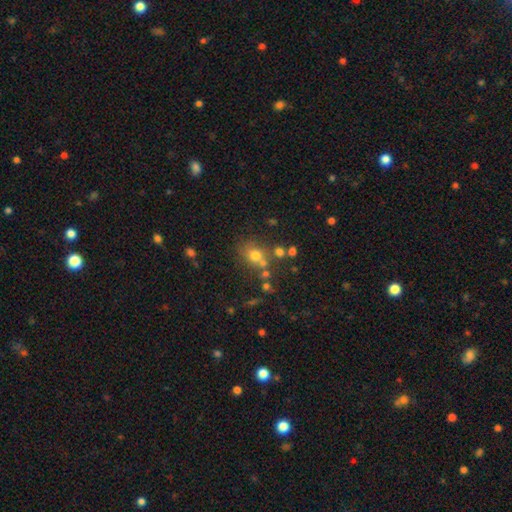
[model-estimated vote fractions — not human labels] smooth 67%, star or artifact 19%, featured or disk 14%. Down the decision tree: how rounded — round (68%); merging — none (57%).